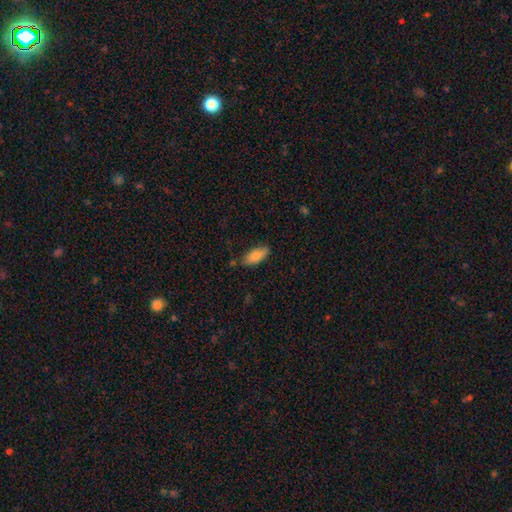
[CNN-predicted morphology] Overall: smooth (86%). How rounded: in between (86%). Merging: none (74%).